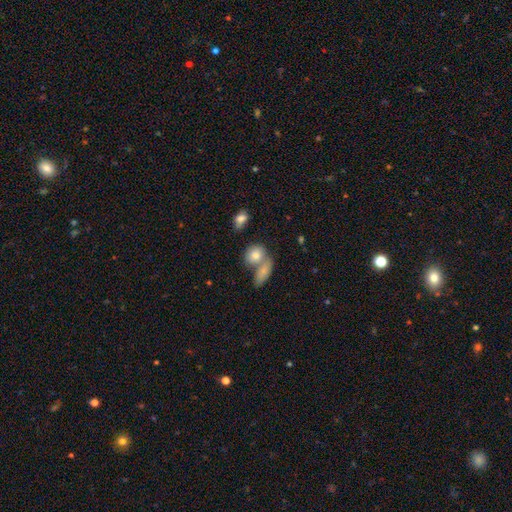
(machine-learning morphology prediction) Overall: smooth (77%). How rounded: round (49%; in between 46%). Merging: merger (46%; none 39%).